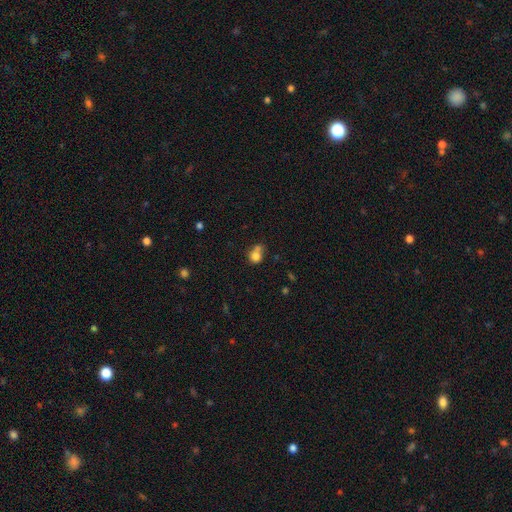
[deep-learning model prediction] The model was most divided on "merging" (2-way tie): merger: 36%, none: 36%, minor disturbance: 18%, major disturbance: 10%. More confident: smooth or featured — smooth (78%); how rounded — round (68%).